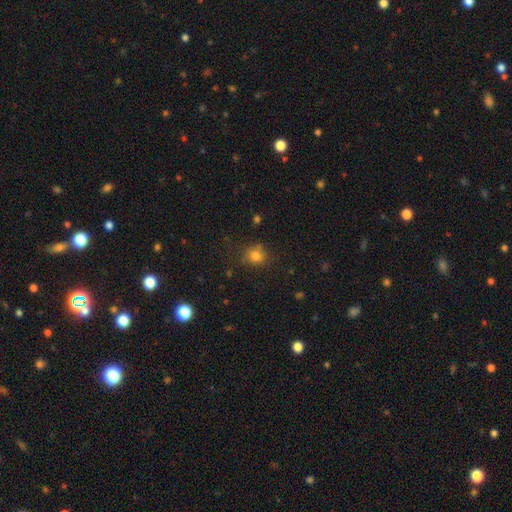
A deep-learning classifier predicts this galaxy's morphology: type=smooth (80%); roundness=round (81%); merging=none (79%).